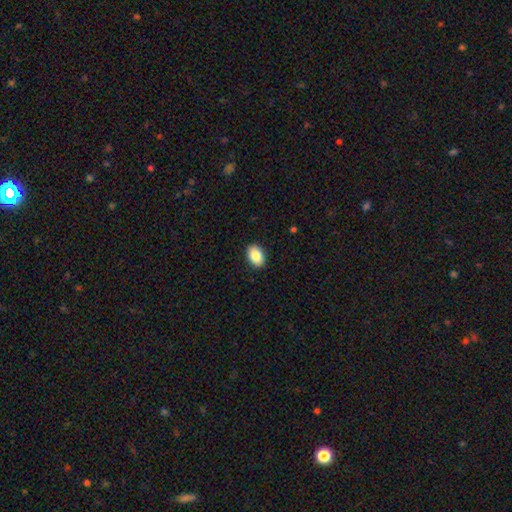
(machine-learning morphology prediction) type=smooth (87%); roundness=in between (84%); merging=none (91%).